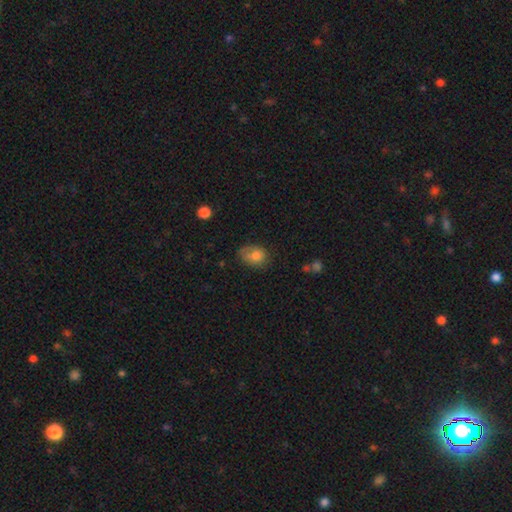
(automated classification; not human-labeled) smooth 78%, featured or disk 12%, star or artifact 9%. Down the decision tree: how rounded — in between (69%); merging — none (48%).